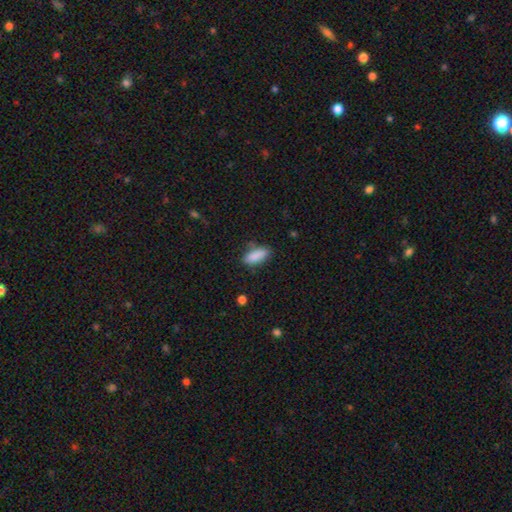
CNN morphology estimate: Smooth or featured? Predicted: smooth (p=0.87). How rounded? Predicted: in between (p=0.71). Merging? Predicted: none (p=0.73).